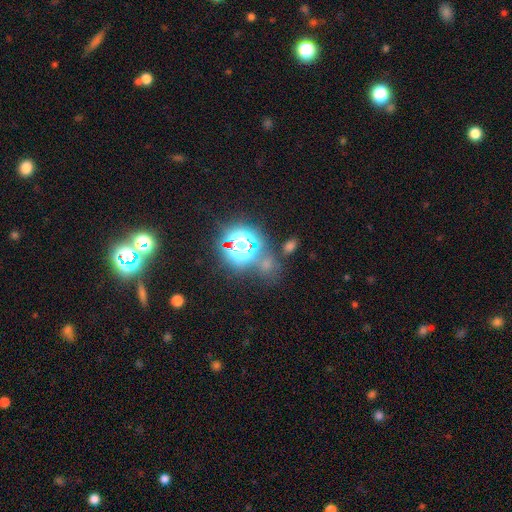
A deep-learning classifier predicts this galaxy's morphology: smooth-or-featured: star or artifact: 77% | smooth: 15% | featured or disk: 8%